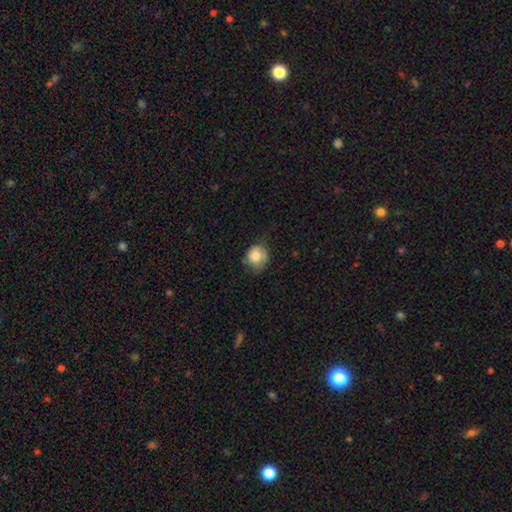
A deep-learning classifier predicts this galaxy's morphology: Q: Smooth or featured?
A: smooth (79%); runner-up: featured or disk (13%)
Q: How rounded?
A: round (73%); runner-up: in between (26%)
Q: Merging?
A: none (47%); runner-up: minor disturbance (36%)